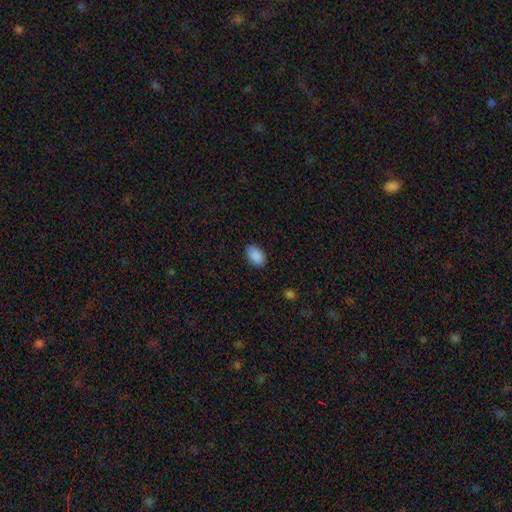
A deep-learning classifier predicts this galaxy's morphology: Smooth or featured? smooth (89%)
How rounded? in between (90%)
Merging? none (87%)